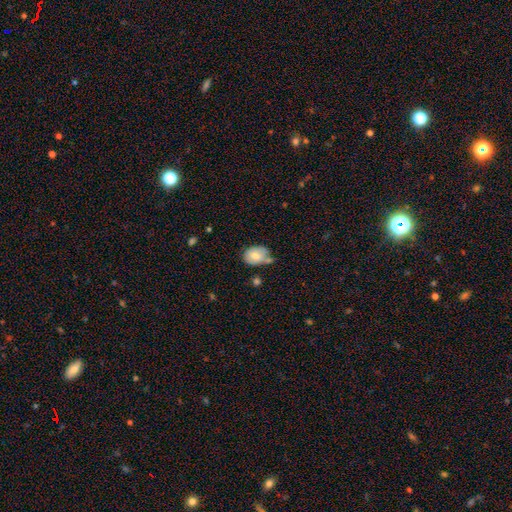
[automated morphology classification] A smooth galaxy with no disk features (69%) that is in between round and cigar-shaped (68%).

Vote fractions:
- Smooth or featured? smooth: 69% / featured or disk: 24% / star or artifact: 7%
- How rounded? in between: 68% / round: 31% / cigar-shaped: 1%
- Merging? none: 46% / minor disturbance: 30% / merger: 16% / major disturbance: 9%